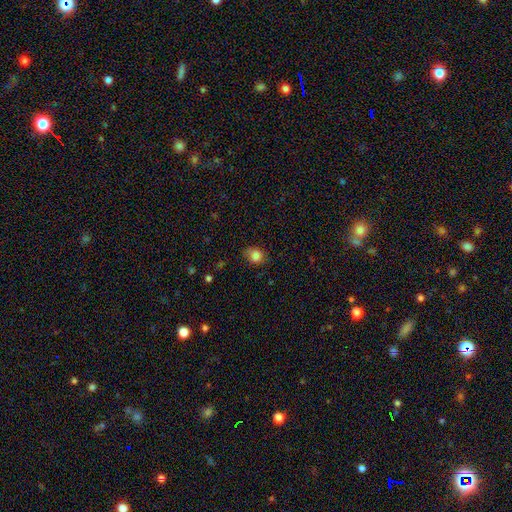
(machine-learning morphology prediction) Smooth or featured? smooth (83%)
How rounded? round (56%)
Merging? none (71%)